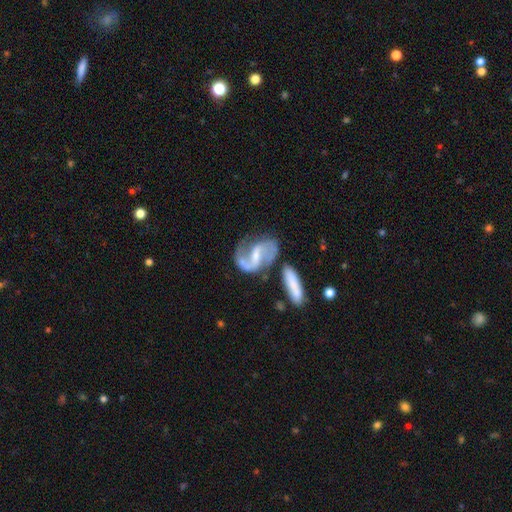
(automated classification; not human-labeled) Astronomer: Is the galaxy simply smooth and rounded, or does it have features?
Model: featured or disk — 86%.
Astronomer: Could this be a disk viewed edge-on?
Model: no — 96%.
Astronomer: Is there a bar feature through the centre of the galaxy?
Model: weak — 45% (runner-up: strong, 33%).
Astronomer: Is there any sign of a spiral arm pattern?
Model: yes — 94%.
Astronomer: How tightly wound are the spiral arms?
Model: medium — 45% (runner-up: loose, 41%).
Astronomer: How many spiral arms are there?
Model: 2 — 86%.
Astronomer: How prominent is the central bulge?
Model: small — 55% (runner-up: moderate, 33%).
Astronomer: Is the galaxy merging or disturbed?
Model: none — 50%.